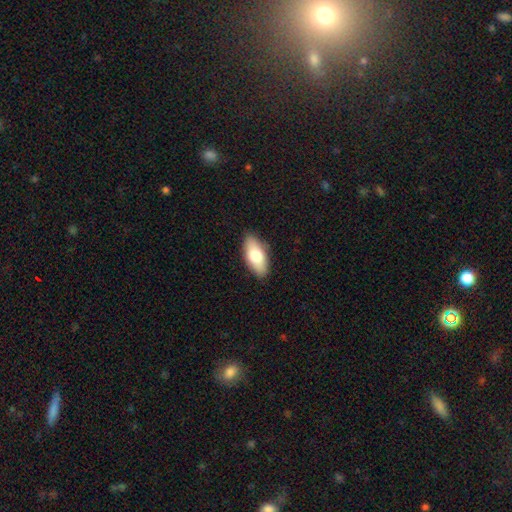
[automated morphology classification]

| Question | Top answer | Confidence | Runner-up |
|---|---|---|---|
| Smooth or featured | smooth | 75% | featured or disk (19%) |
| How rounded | in between | 88% | cigar-shaped (9%) |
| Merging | none | 86% | minor disturbance (10%) |